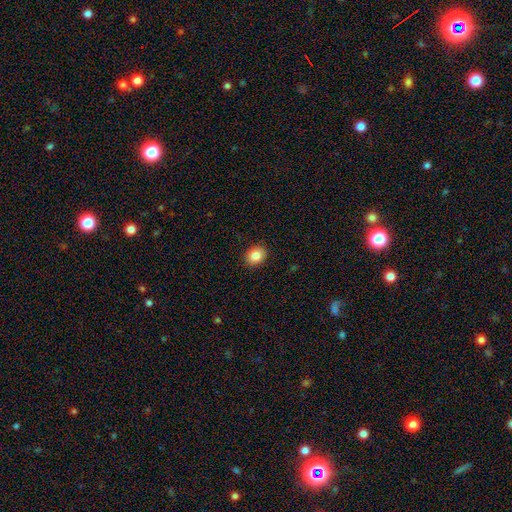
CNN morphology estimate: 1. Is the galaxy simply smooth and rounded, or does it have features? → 84% smooth, 9% star or artifact, 6% featured or disk.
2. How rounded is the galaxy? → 53% round, 46% in between, 1% cigar-shaped.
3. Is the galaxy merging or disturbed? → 90% none, 7% minor disturbance, 2% major disturbance, 1% merger.